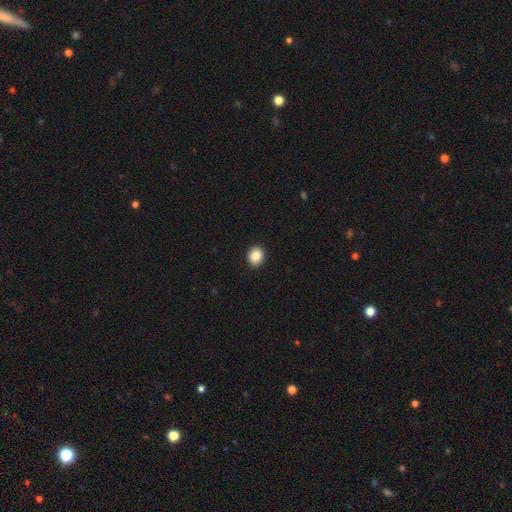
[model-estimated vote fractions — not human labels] This appears to be a smooth galaxy with no disk features (88%) that is round (58%). Merging: none (91%).